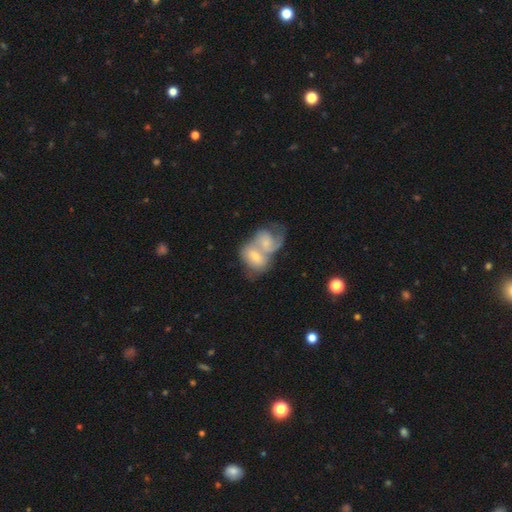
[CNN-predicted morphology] Smooth or featured: featured or disk — 58% (smooth — 33%)
Edge-on disk: no — 95% (yes — 5%)
Bar: no — 48% (weak — 39%)
Spiral arms: yes — 76% (no — 24%)
Bulge size: small — 48% (moderate — 40%)
Merging: merger — 76% (none — 14%)